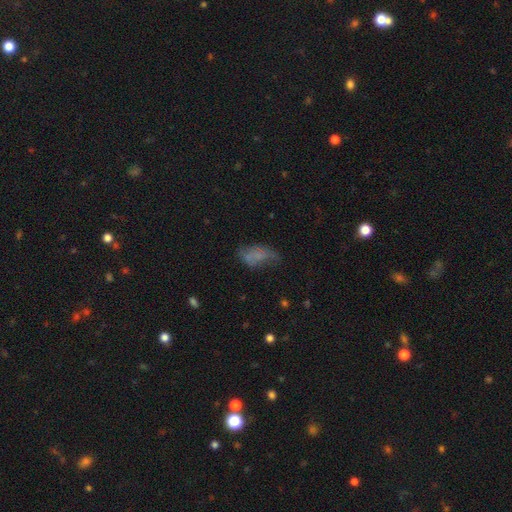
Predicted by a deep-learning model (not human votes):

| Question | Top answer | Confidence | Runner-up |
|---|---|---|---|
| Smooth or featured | smooth | 57% | featured or disk (29%) |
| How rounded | in between | 88% | cigar-shaped (7%) |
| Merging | none | 37% | minor disturbance (29%) |